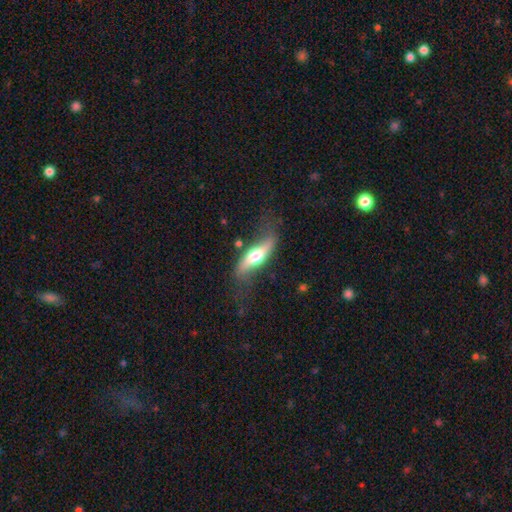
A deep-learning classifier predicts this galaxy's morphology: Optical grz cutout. It shows a featured or disk galaxy (65%). Merging: none (59%).